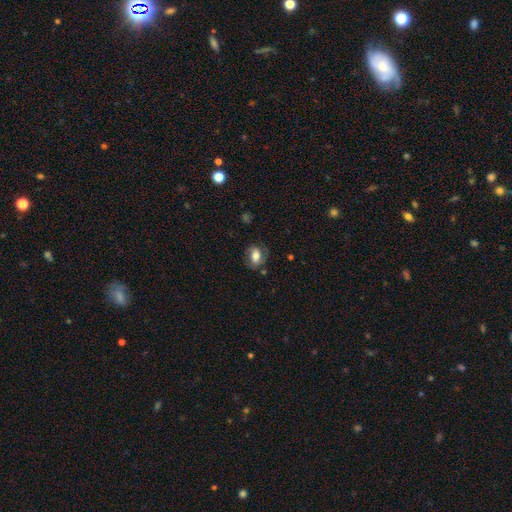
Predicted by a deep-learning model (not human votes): smooth_or_featured: smooth (p=0.58) [alt: featured or disk p=0.34]
how_rounded: in between (p=0.73) [alt: round p=0.25]
merging: none (p=0.68) [alt: minor disturbance p=0.20]